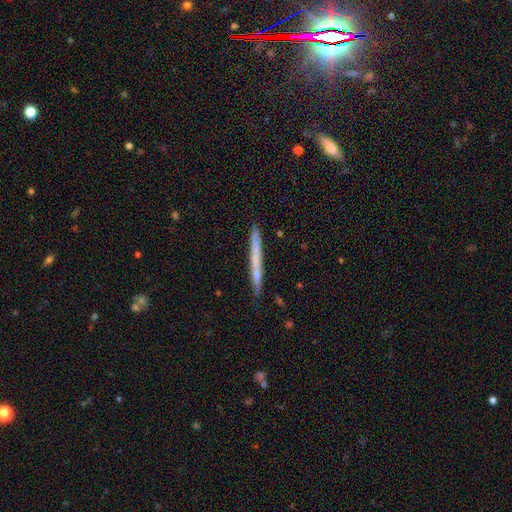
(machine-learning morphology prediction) Q: Smooth or featured?
A: smooth (53%); runner-up: featured or disk (41%)
Q: How rounded?
A: cigar-shaped (97%); runner-up: in between (2%)
Q: Merging?
A: none (88%); runner-up: minor disturbance (9%)